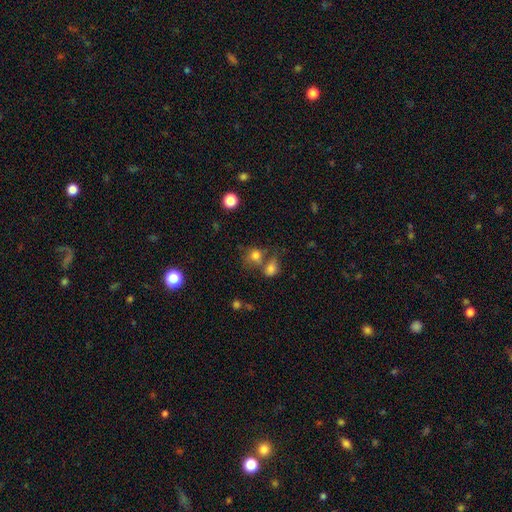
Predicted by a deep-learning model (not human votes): Smooth or featured?
  - smooth: 76% *
  - star or artifact: 13%
  - featured or disk: 11%
How rounded?
  - round: 67% *
  - in between: 31%
  - cigar-shaped: 1%
Merging?
  - none: 42% *
  - merger: 39%
  - minor disturbance: 12%
  - major disturbance: 7%